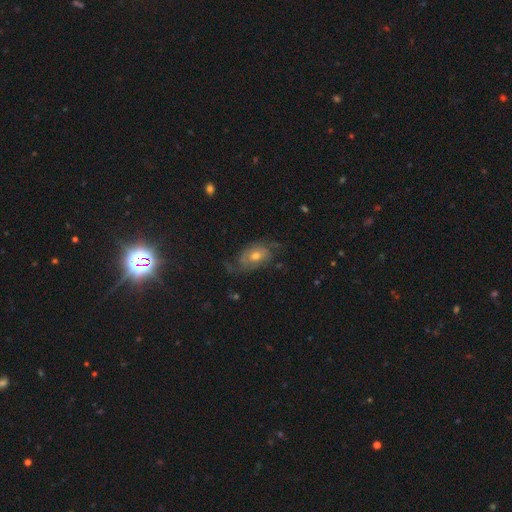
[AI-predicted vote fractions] A featured or disk galaxy (61%) with no bar (71%), spiral arms (79%) and a moderate central bulge (68%).

Vote fractions:
- Smooth or featured? featured or disk: 61% / smooth: 27% / star or artifact: 12%
- Edge-on disk? no: 93% / yes: 7%
- Bar? no: 71% / weak: 24% / strong: 5%
- Spiral arms? yes: 79% / no: 21%
- Bulge size? moderate: 68% / small: 24% / large: 6% / none: 1% / dominant: 1%
- Merging? none: 57% / minor disturbance: 24% / major disturbance: 17% / merger: 2%